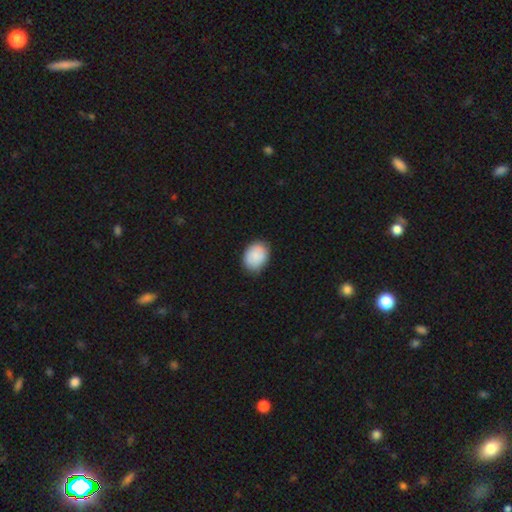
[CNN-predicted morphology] type=smooth (86%); roundness=in between (64%); merging=none (81%).